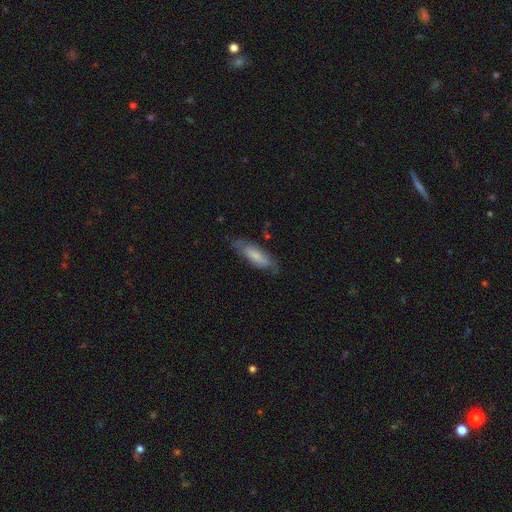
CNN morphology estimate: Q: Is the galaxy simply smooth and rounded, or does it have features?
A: smooth — 63%.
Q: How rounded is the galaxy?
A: in between — 50%.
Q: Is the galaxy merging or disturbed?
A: none — 69%.